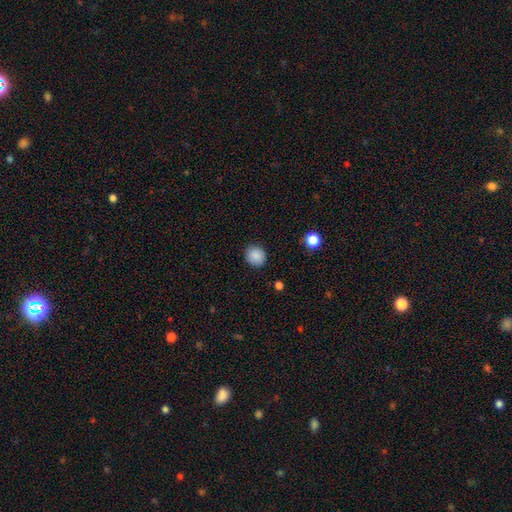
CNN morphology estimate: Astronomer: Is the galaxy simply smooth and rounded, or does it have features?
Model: smooth — 88%.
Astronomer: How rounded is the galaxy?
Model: round — 81%.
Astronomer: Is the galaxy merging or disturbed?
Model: none — 88%.